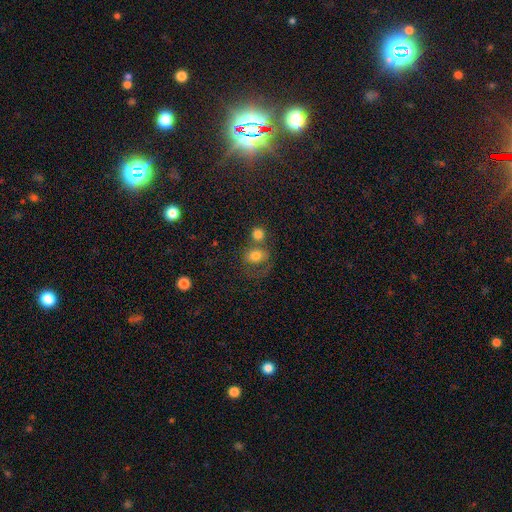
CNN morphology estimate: A smooth galaxy with no disk features (73%) that is round (57%).

Vote fractions:
- Smooth or featured? smooth: 73% / featured or disk: 15% / star or artifact: 11%
- How rounded? round: 57% / in between: 42% / cigar-shaped: 1%
- Merging? merger: 37% / none: 36% / minor disturbance: 14% / major disturbance: 13%